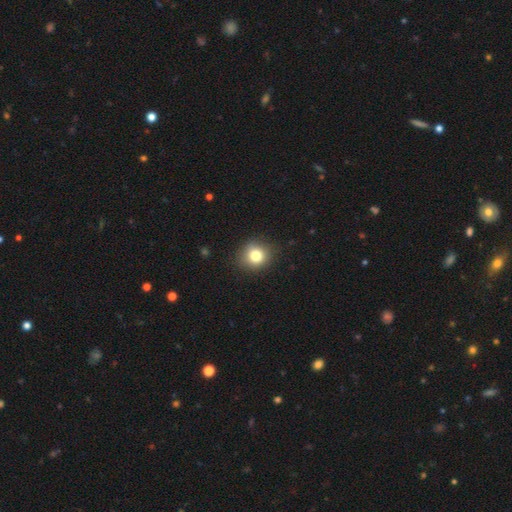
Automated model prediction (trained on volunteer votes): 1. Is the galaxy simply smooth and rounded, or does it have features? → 81% smooth, 11% star or artifact, 8% featured or disk.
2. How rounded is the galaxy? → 79% round, 20% in between, 1% cigar-shaped.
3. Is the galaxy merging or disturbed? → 83% none, 13% minor disturbance, 3% major disturbance, 1% merger.